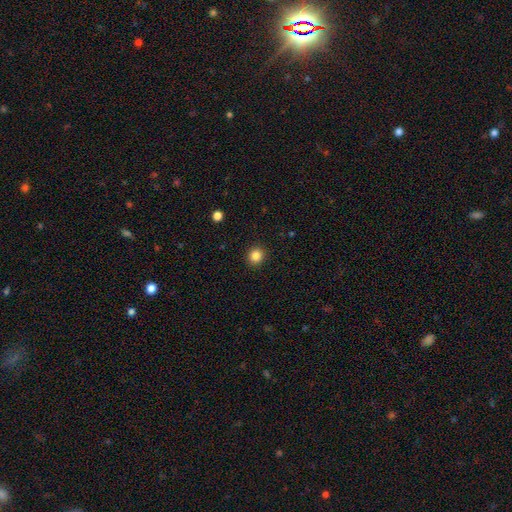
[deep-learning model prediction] Smooth or featured? smooth (85%)
How rounded? round (88%)
Merging? none (92%)